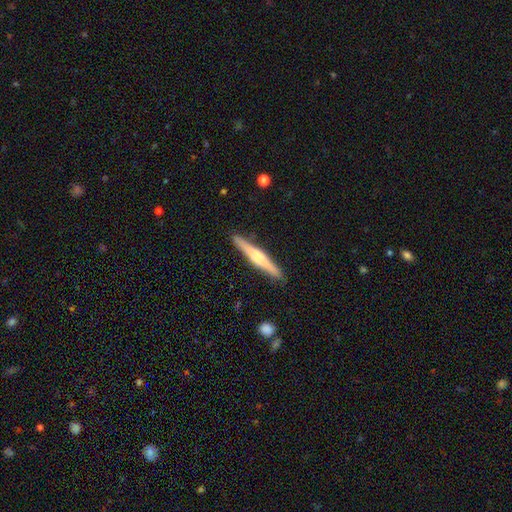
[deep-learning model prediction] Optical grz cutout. It shows a featured or disk galaxy (62%) viewed edge-on (98%) with a rounded central bulge (70%). Merging: none (91%).